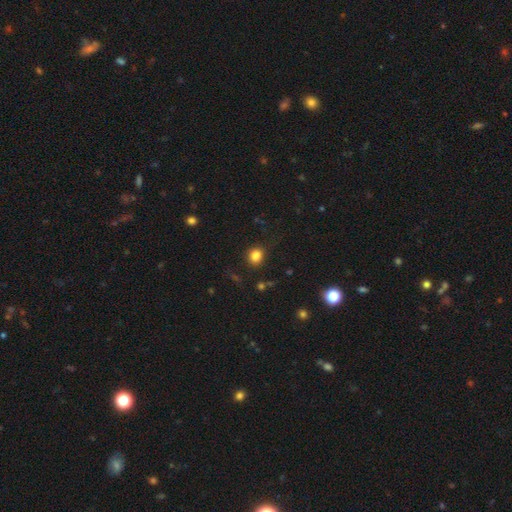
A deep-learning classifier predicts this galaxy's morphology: smooth 84%, star or artifact 12%, featured or disk 4%. Down the decision tree: how rounded — round (73%); merging — none (82%).